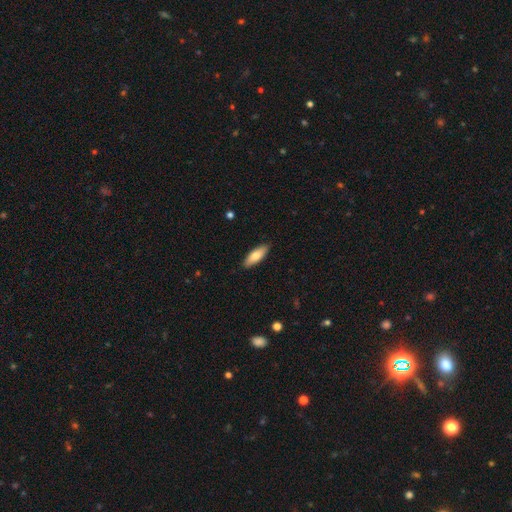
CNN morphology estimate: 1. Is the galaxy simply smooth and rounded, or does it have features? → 79% smooth, 15% featured or disk, 6% star or artifact.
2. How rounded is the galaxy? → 65% in between, 33% cigar-shaped, 2% round.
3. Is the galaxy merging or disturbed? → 89% none, 8% minor disturbance, 2% major disturbance, 1% merger.